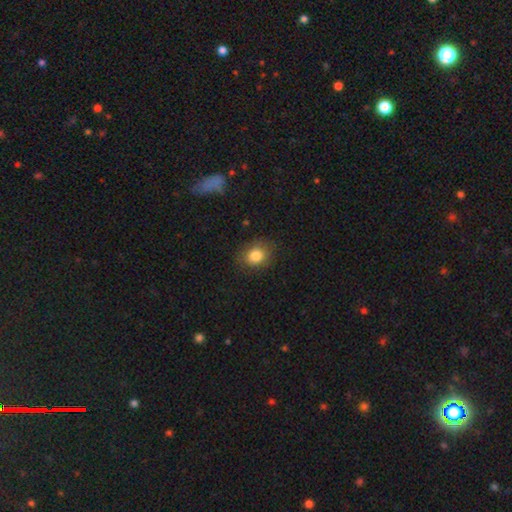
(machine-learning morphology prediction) Overall: smooth (83%). How rounded: round (59%; in between 40%). Merging: none (81%).